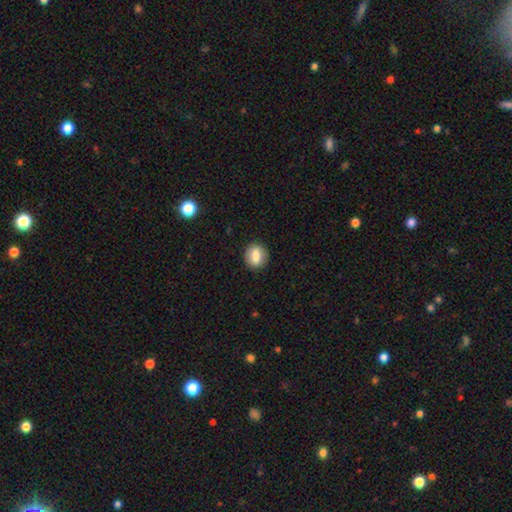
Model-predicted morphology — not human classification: This appears to be a smooth galaxy with no disk features (76%) that is round (65%). Merging: none (88%).